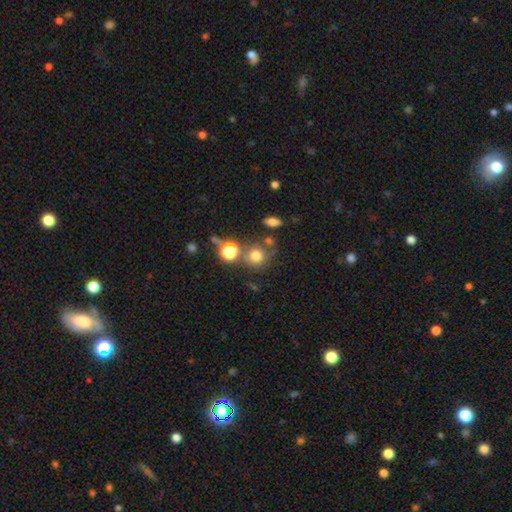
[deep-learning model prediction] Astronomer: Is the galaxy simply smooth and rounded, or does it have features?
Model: smooth — 73%.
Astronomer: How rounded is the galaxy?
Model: round — 86%.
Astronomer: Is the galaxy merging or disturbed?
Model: none — 65%.